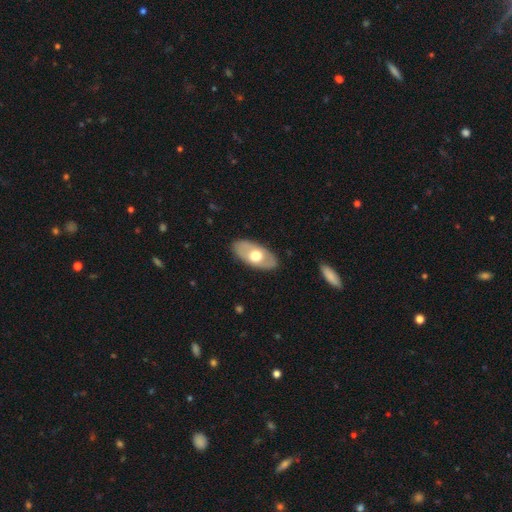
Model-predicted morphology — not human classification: This appears to be a smooth galaxy with no disk features (52%) that is in between round and cigar-shaped (92%). Merging: none (86%).